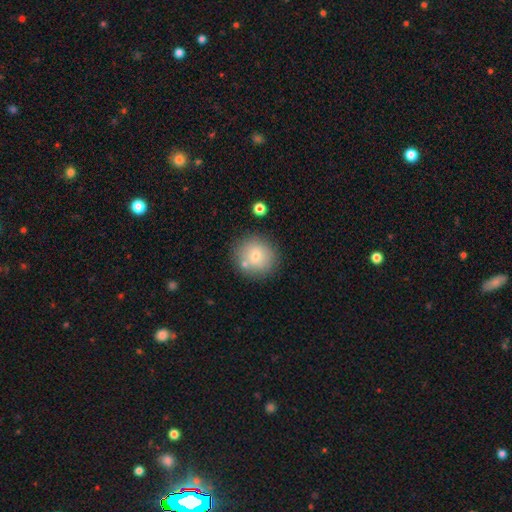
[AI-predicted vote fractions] Smooth or featured? Predicted: smooth (p=0.75). How rounded? Predicted: round (p=0.92). Merging? Predicted: none (p=0.77).